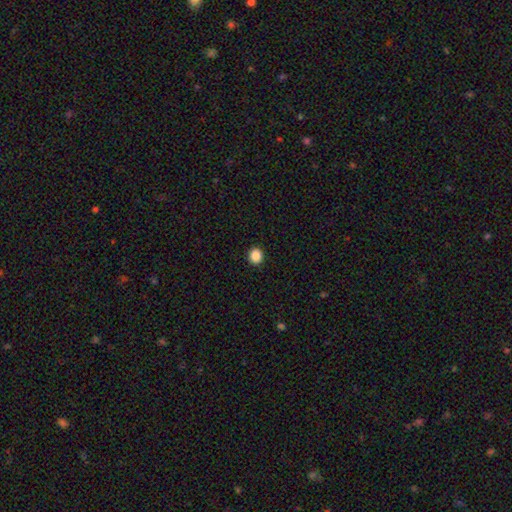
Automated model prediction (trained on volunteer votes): The model was most divided on "how rounded": round: 85%, in between: 14%, cigar-shaped: 1%. More confident: merging — none (93%); smooth or featured — smooth (87%).